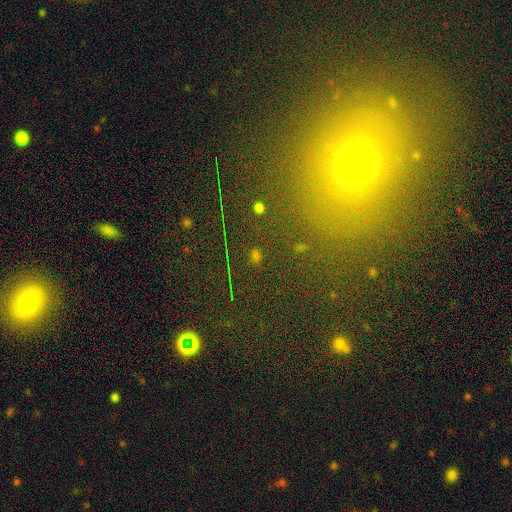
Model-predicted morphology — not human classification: A star or artifact, not a galaxy (63%).